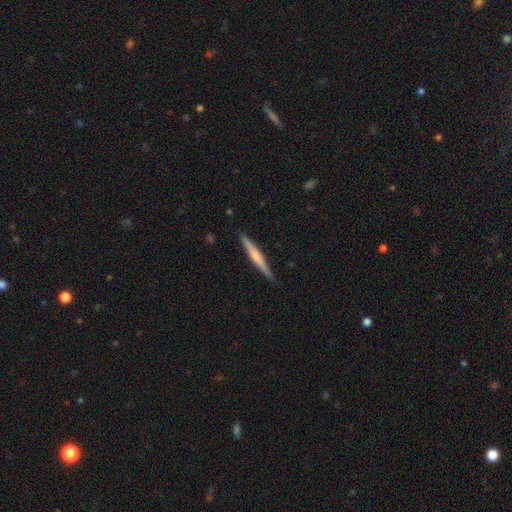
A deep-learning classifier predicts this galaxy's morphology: smooth-or-featured: smooth: 49% | featured or disk: 46% | star or artifact: 5%
  merging: none: 89% | minor disturbance: 8% | major disturbance: 1% | merger: 1%